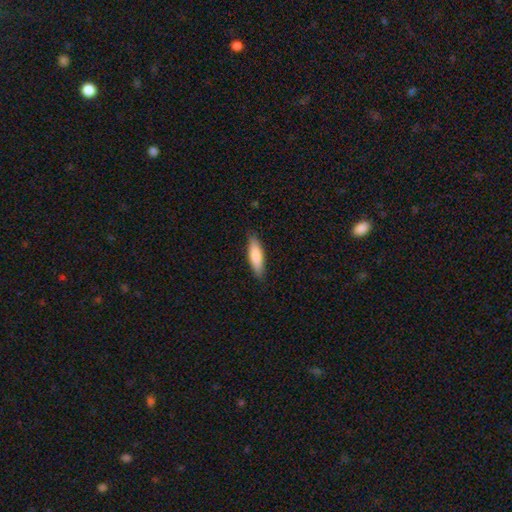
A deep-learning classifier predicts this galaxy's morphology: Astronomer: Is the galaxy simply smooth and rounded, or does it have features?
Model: smooth — 80%.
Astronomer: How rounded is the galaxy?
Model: cigar-shaped — 62%.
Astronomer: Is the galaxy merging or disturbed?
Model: none — 86%.